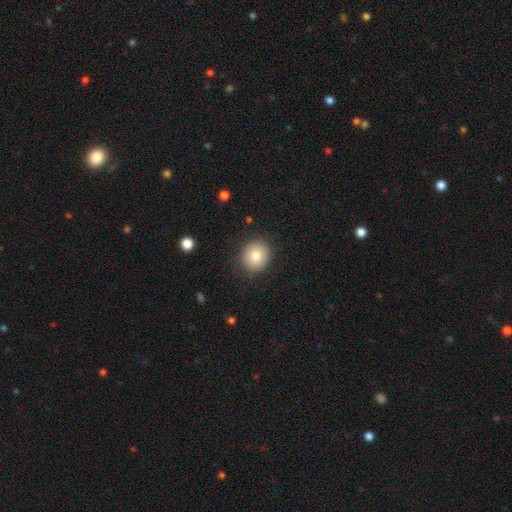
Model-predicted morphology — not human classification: type=smooth (82%); roundness=round (82%); merging=none (88%).